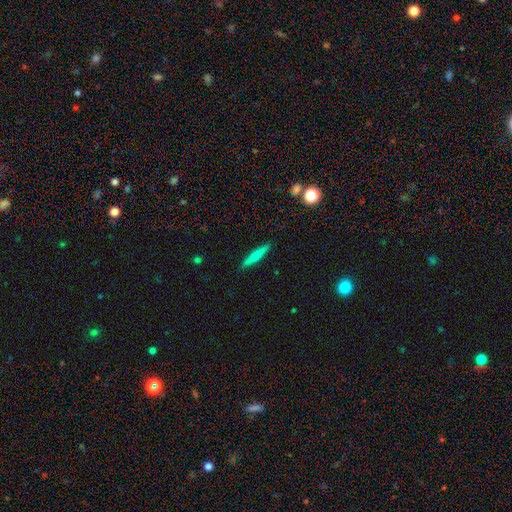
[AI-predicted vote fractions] This is likely a smooth galaxy (66%). How rounded: clearly cigar-shaped (93%). Merging: clearly none (90%).